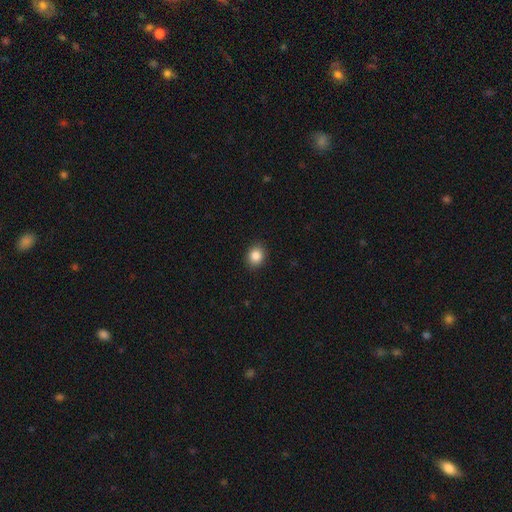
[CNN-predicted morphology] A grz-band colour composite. It shows a smooth galaxy with no disk features (86%) that is round (63%). Merging: none (90%).